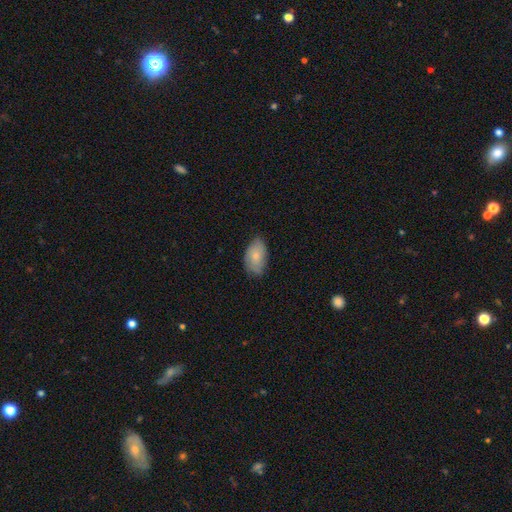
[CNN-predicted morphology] Overall: smooth (74%). How rounded: in between (92%). Merging: none (67%; minor disturbance 27%).